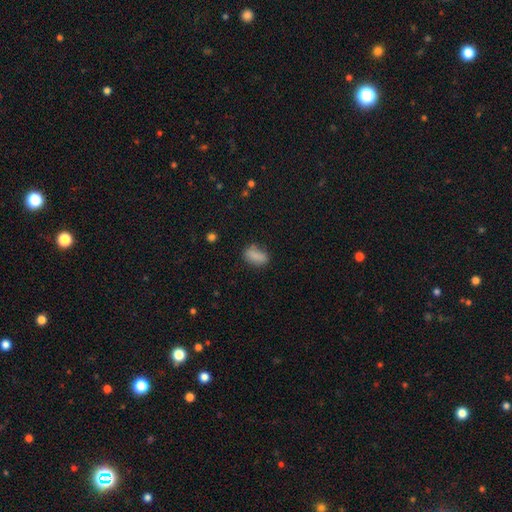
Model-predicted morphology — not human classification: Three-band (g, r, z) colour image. It shows a smooth galaxy with no disk features (84%) that is in between round and cigar-shaped (87%). Merging: none (66%).